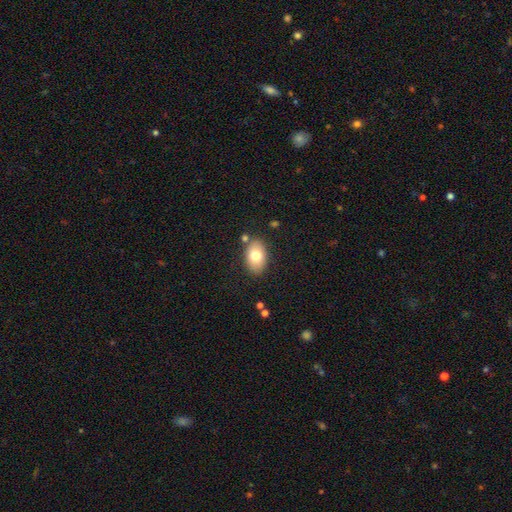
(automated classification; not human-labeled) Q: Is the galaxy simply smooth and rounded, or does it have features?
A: smooth — 76%.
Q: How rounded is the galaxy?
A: in between — 88%.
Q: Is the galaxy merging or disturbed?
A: none — 82%.